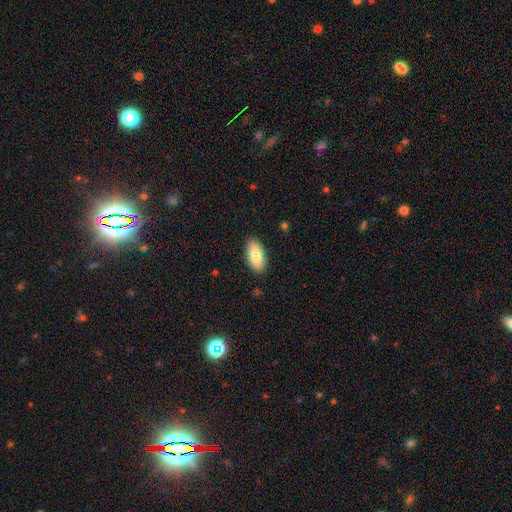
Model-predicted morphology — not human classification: Q: Smooth or featured?
A: smooth (78%); runner-up: featured or disk (15%)
Q: How rounded?
A: in between (91%); runner-up: cigar-shaped (7%)
Q: Merging?
A: none (88%); runner-up: minor disturbance (9%)